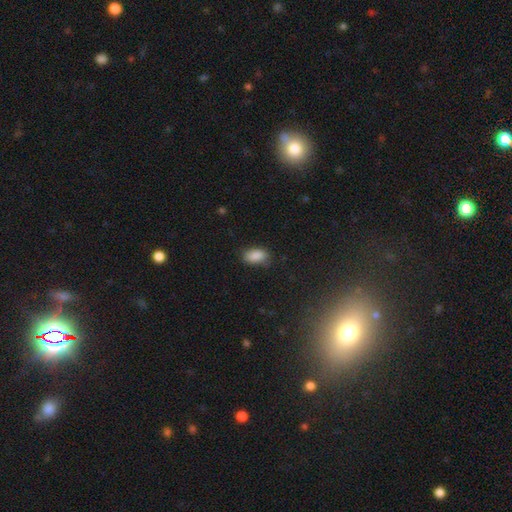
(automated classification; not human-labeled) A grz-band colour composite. It shows a smooth galaxy with no disk features (88%) that is in between round and cigar-shaped (92%). Merging: none (79%).